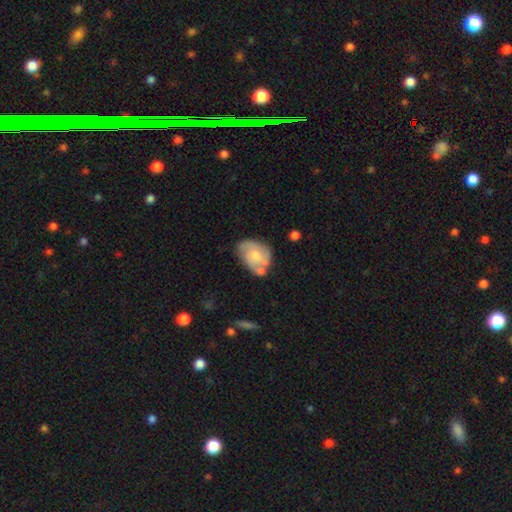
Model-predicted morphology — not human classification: A featured or disk galaxy (57%) with no bar (74%), spiral arms (72%) and a moderate central bulge (55%). Merging: none (42%).